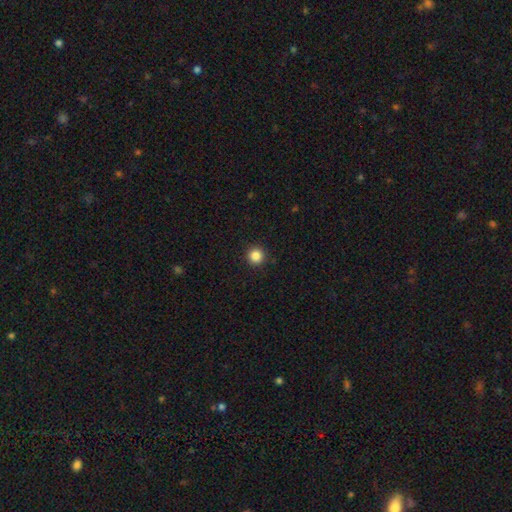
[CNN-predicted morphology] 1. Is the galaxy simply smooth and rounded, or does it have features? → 85% smooth, 11% star or artifact, 4% featured or disk.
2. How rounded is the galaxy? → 96% round, 3% in between, 1% cigar-shaped.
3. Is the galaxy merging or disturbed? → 93% none, 4% minor disturbance, 2% major disturbance, 1% merger.